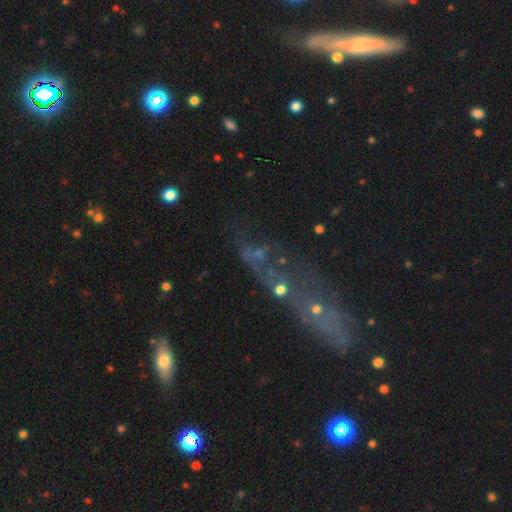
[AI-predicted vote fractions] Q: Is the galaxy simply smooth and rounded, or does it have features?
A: star or artifact — 39%.